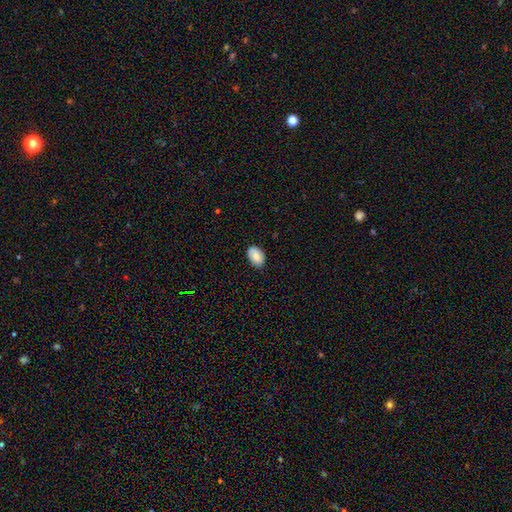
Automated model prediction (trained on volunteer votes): A smooth galaxy with no disk features (80%) that is in between round and cigar-shaped (87%). Merging: none (84%).